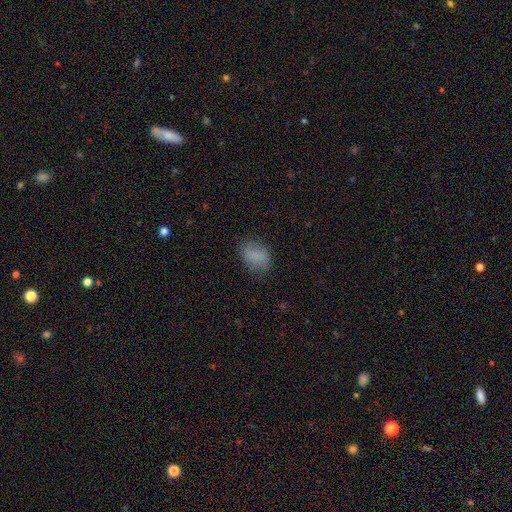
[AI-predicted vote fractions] smooth 81%, featured or disk 10%, star or artifact 9%. Down the decision tree: how rounded — in between (75%); merging — none (76%).